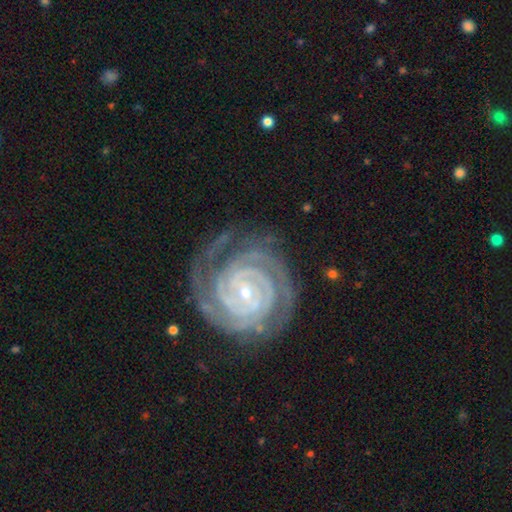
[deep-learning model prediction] featured or disk 93%, star or artifact 4%, smooth 3%. Down the decision tree: edge-on disk — no (98%); bar — no (52%); spiral arms — yes (99%); spiral arm count — 2 (35%); spiral winding — tight (86%); bulge size — small (80%); merging — none (75%).